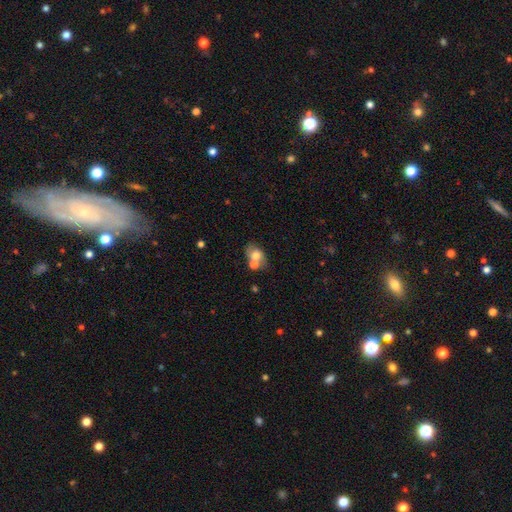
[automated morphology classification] type=smooth (65%); roundness=in between (65%); merging=none (41%).